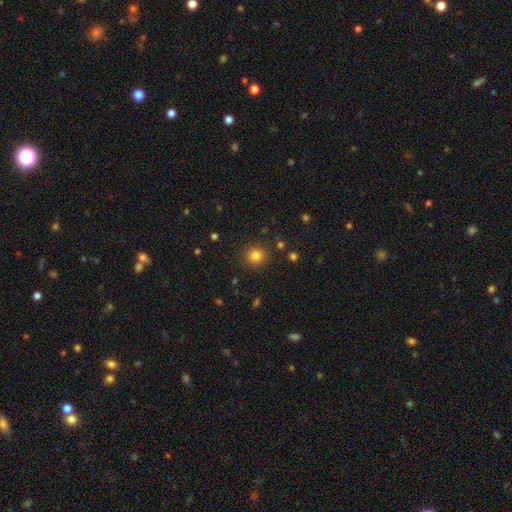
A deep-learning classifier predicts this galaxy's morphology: Smooth or featured?
  - smooth: 81% *
  - star or artifact: 14%
  - featured or disk: 5%
How rounded?
  - round: 94% *
  - in between: 5%
  - cigar-shaped: 1%
Merging?
  - none: 90% *
  - minor disturbance: 6%
  - major disturbance: 2%
  - merger: 2%